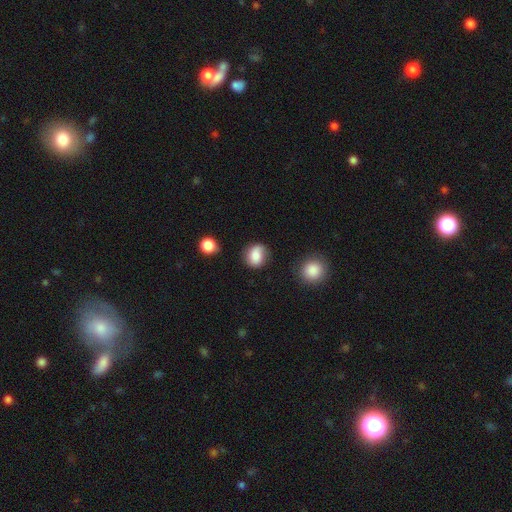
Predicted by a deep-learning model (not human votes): Q: Smooth or featured?
A: smooth (78%); runner-up: featured or disk (13%)
Q: How rounded?
A: round (66%); runner-up: in between (33%)
Q: Merging?
A: none (69%); runner-up: minor disturbance (22%)